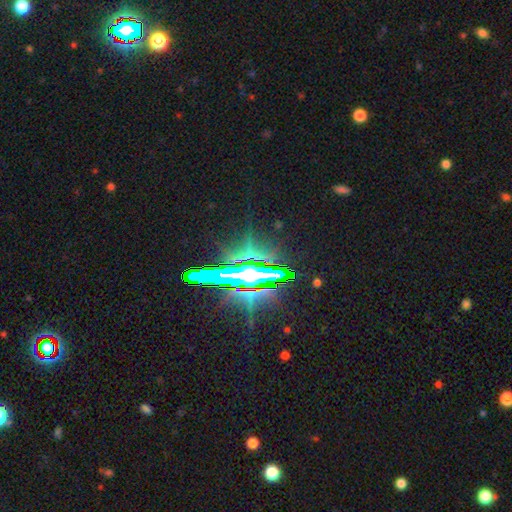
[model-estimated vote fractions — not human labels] smooth-or-featured: star or artifact: 77% | featured or disk: 14% | smooth: 8%